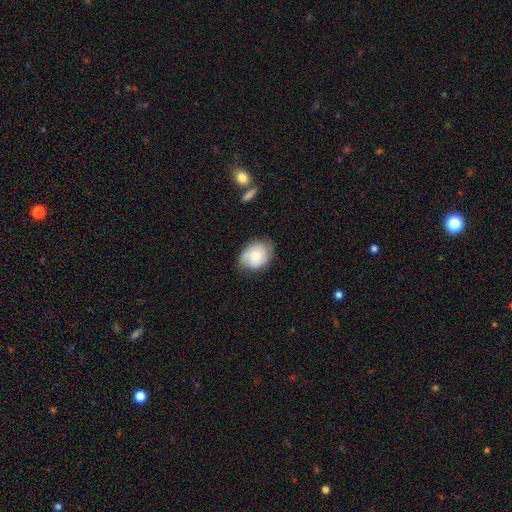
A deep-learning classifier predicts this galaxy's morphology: This appears to be a smooth galaxy with no disk features (57%) that is in between round and cigar-shaped (57%). Merging: none (70%).